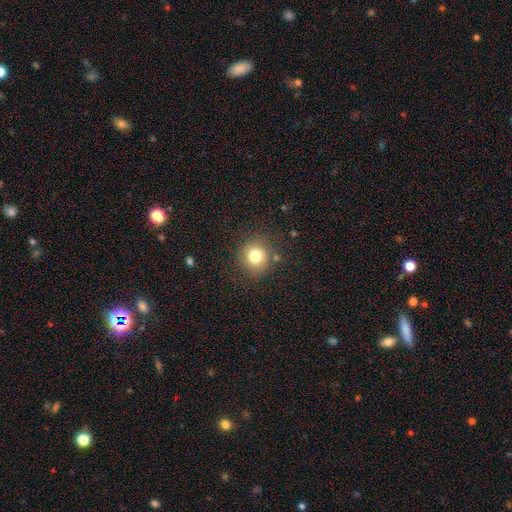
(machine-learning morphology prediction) smooth 78%, star or artifact 13%, featured or disk 9%. Down the decision tree: how rounded — round (87%); merging — none (83%).